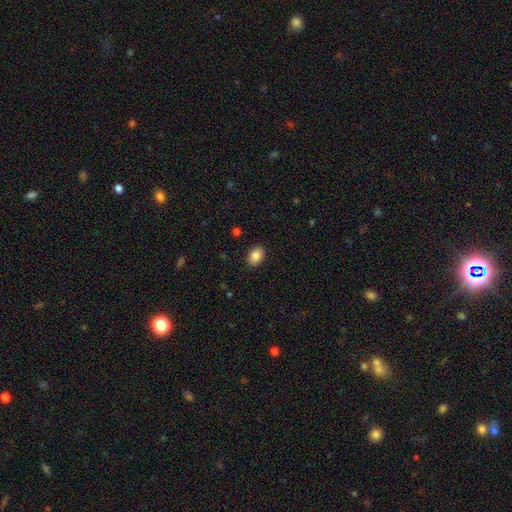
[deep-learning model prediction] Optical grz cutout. It shows a smooth galaxy with no disk features (85%) that is in between round and cigar-shaped (85%). Merging: none (89%).